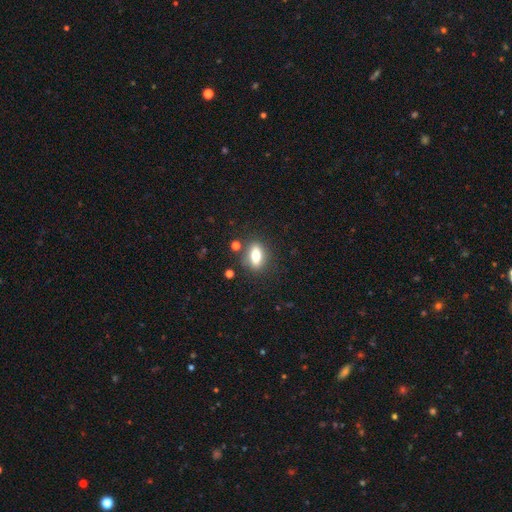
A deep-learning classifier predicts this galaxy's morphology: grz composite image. It shows a smooth galaxy with no disk features (68%) that is in between round and cigar-shaped (75%). Merging: none (81%).